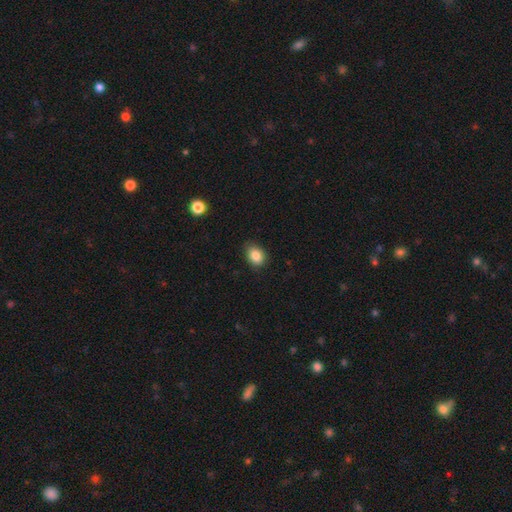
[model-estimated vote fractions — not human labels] This appears to be a smooth galaxy with no disk features (86%) that is in between round and cigar-shaped (68%). Merging: none (80%).